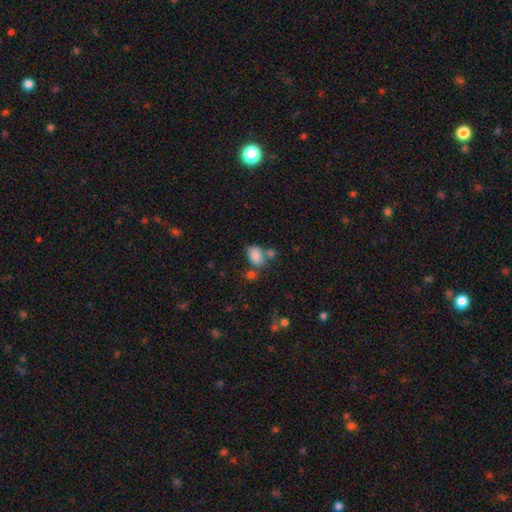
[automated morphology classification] Q: Smooth or featured?
A: smooth (83%); runner-up: star or artifact (10%)
Q: How rounded?
A: in between (84%); runner-up: round (14%)
Q: Merging?
A: none (47%); runner-up: merger (28%)